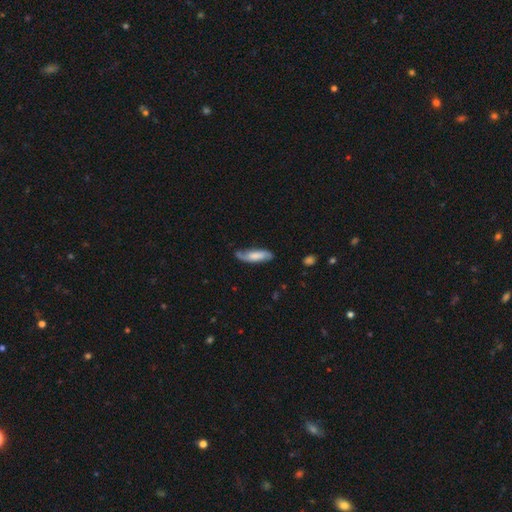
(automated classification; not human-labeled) This appears to be a smooth galaxy with no disk features (50%) that is cigar-shaped (51%). Merging: none (64%).